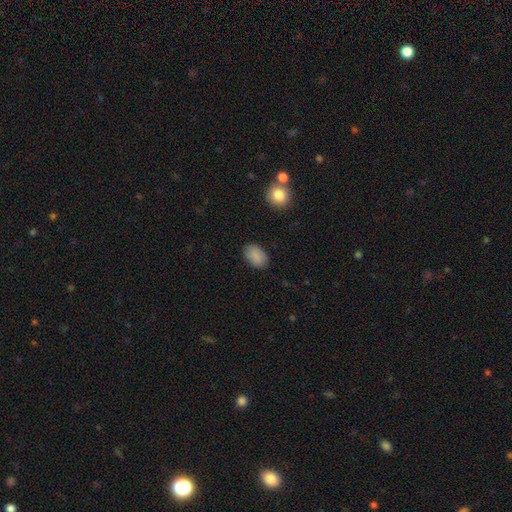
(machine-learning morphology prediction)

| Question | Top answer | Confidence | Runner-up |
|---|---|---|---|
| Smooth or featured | smooth | 88% | star or artifact (7%) |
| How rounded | in between | 88% | round (11%) |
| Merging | none | 85% | minor disturbance (11%) |